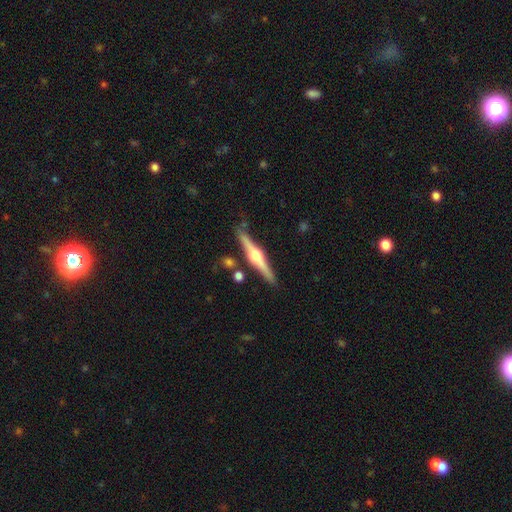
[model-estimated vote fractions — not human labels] smooth_or_featured: featured or disk (p=0.80) [alt: smooth p=0.15]
disk_edge_on: yes (p=0.98) [alt: no p=0.02]
edge_on_bulge: rounded (p=0.93) [alt: boxy p=0.04]
merging: none (p=0.85) [alt: minor disturbance p=0.10]